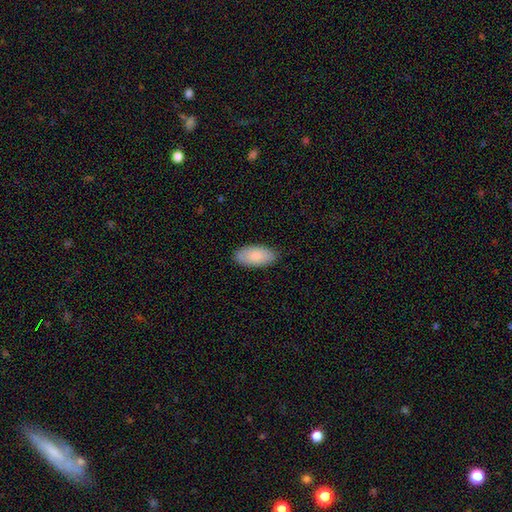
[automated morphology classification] Smooth or featured? smooth (85%)
How rounded? in between (94%)
Merging? none (86%)